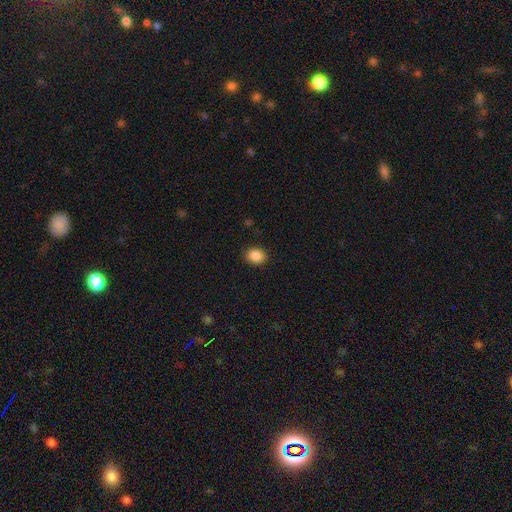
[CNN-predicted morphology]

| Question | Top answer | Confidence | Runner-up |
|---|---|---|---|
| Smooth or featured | smooth | 88% | star or artifact (9%) |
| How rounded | in between | 50% | round (49%) |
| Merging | none | 90% | minor disturbance (7%) |